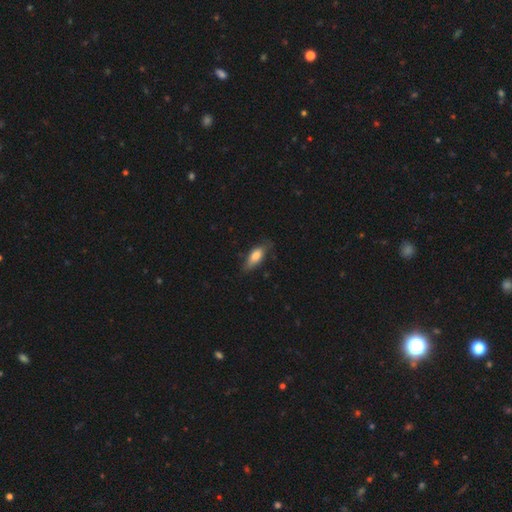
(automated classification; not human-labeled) The model was most divided on "how rounded": in between: 68%, cigar-shaped: 29%, round: 3%. More confident: smooth or featured — smooth (74%); merging — none (68%).